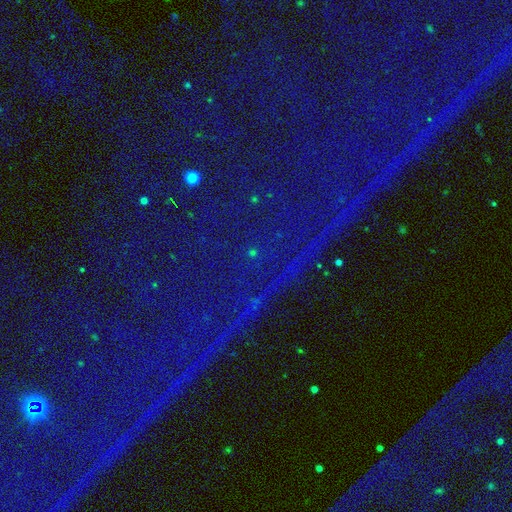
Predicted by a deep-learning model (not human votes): smooth_or_featured: star or artifact (p=0.85) [alt: featured or disk p=0.08]